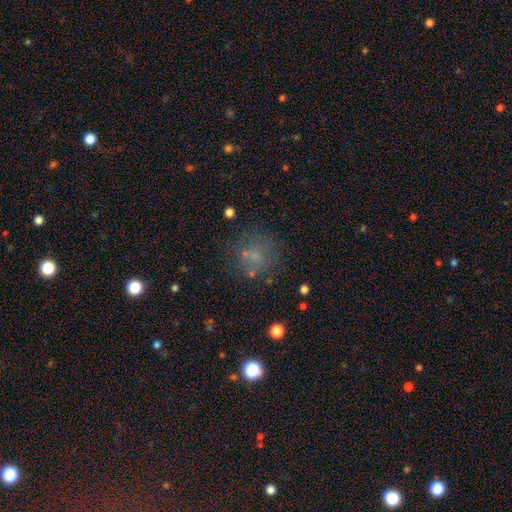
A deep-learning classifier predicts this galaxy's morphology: smooth-or-featured: smooth: 56% | star or artifact: 23% | featured or disk: 21%
  how-rounded: round: 81% | in between: 17% | cigar-shaped: 1%
  merging: none: 64% | minor disturbance: 16% | major disturbance: 12% | merger: 7%